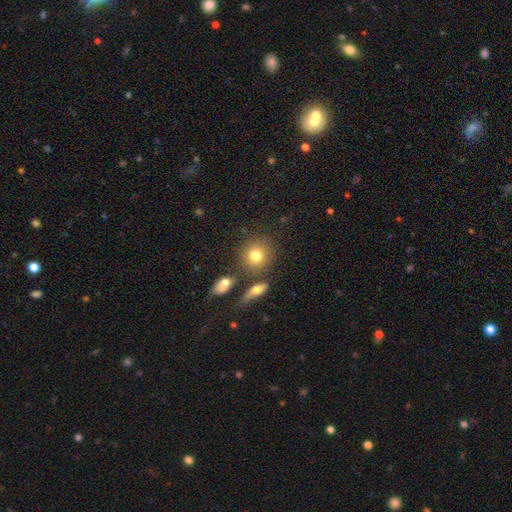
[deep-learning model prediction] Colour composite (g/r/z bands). It shows a smooth galaxy with no disk features (77%) that is round (82%). Merging: none (75%).